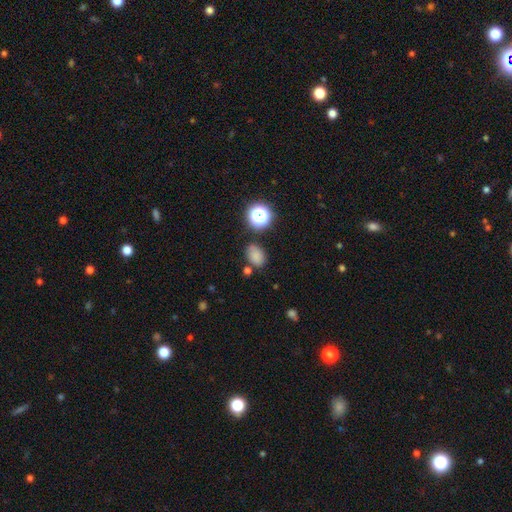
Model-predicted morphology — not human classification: Smooth or featured: smooth — 76% (star or artifact — 17%)
How rounded: in between — 71% (round — 28%)
Merging: none — 71% (minor disturbance — 17%)